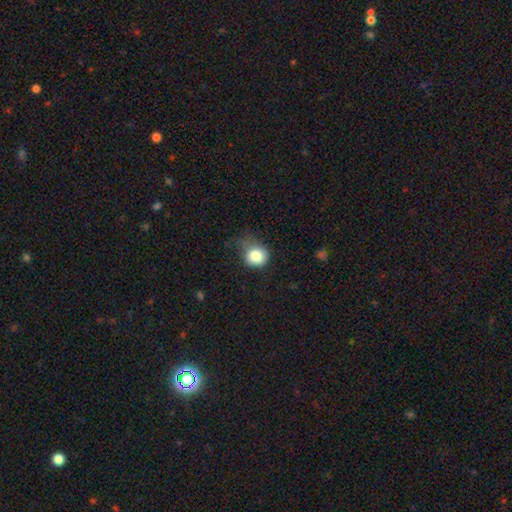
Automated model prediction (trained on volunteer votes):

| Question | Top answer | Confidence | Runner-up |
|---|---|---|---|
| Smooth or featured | smooth | 83% | star or artifact (10%) |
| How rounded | round | 80% | in between (19%) |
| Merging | none | 44% | minor disturbance (36%) |